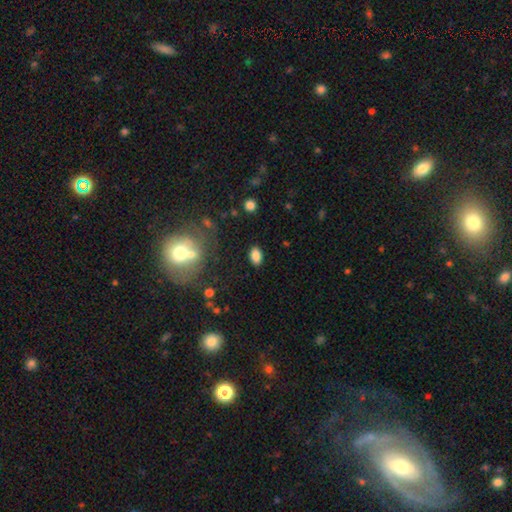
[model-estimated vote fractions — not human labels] Q: Smooth or featured?
A: smooth (84%); runner-up: star or artifact (9%)
Q: How rounded?
A: in between (90%); runner-up: round (9%)
Q: Merging?
A: none (86%); runner-up: minor disturbance (9%)